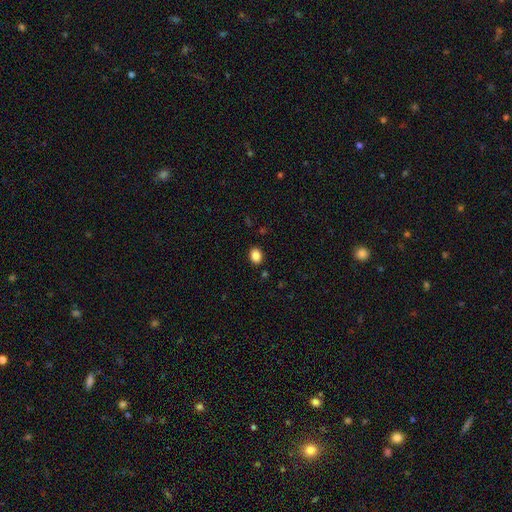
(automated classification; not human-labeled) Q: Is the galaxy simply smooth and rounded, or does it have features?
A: smooth — 87%.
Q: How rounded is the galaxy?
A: in between — 63%.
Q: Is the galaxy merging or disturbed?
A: none — 89%.